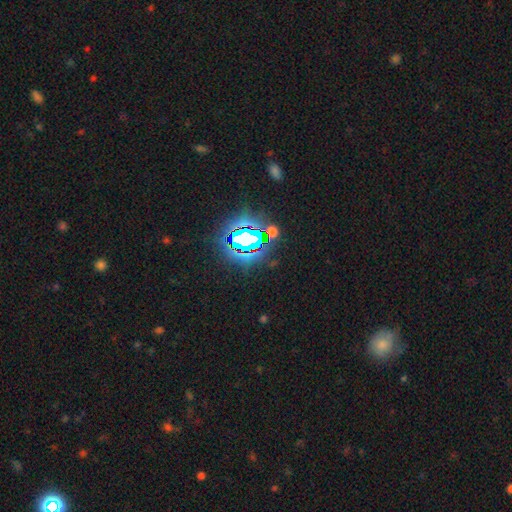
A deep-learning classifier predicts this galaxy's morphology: smooth-or-featured: star or artifact: 82% | smooth: 12% | featured or disk: 6%